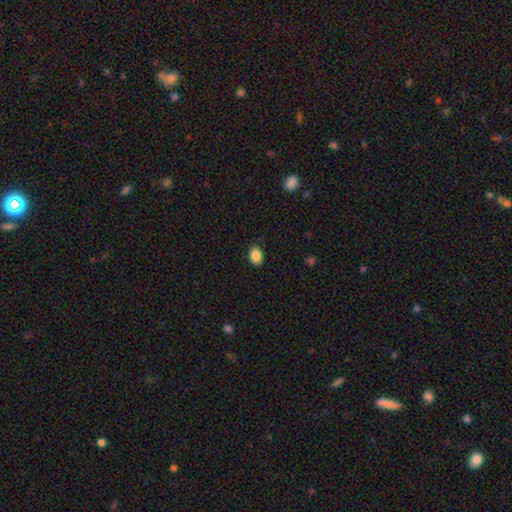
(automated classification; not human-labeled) smooth-or-featured: smooth: 87% | star or artifact: 9% | featured or disk: 5%
  how-rounded: in between: 71% | round: 28% | cigar-shaped: 1%
  merging: none: 87% | minor disturbance: 9% | major disturbance: 2% | merger: 1%